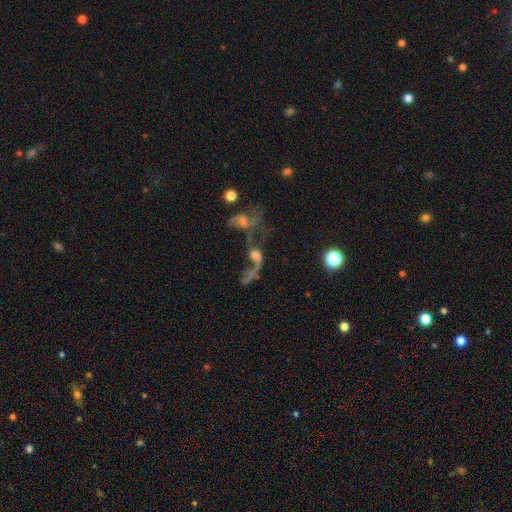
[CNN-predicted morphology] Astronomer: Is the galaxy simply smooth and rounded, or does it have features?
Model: featured or disk — 55%.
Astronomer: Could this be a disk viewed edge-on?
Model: no — 93%.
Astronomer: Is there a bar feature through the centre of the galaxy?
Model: no — 70%.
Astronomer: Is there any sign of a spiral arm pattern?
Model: yes — 59% (runner-up: no, 41%).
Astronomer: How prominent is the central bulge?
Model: moderate — 32% (runner-up: none, 26%).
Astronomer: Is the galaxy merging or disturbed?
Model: merger — 60%.